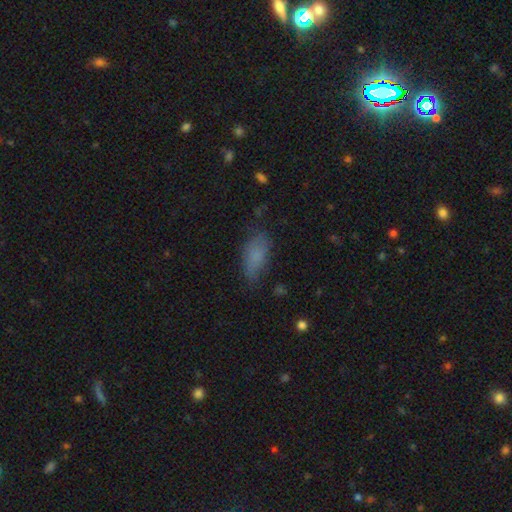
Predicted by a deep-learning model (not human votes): A smooth galaxy with no disk features (78%) that is in between round and cigar-shaped (84%). Merging: none (64%).